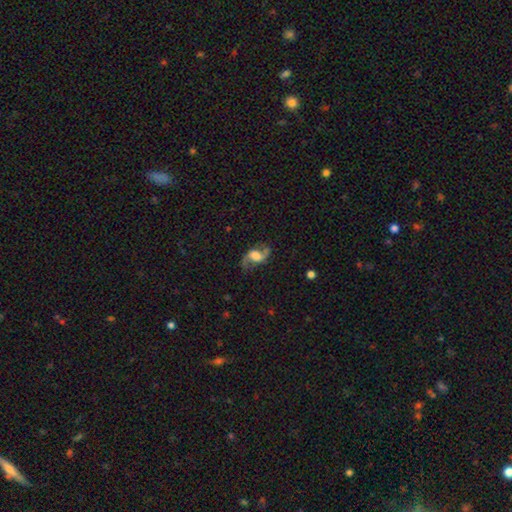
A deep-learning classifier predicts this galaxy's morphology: A featured or disk galaxy (81%) with a weak bar (43%), 2 (93%) loose (66%) spiral arms (95%) and a large central bulge (43%).

Vote fractions:
- Smooth or featured? featured or disk: 81% / smooth: 11% / star or artifact: 7%
- Edge-on disk? no: 97% / yes: 3%
- Bar? weak: 43% / no: 41% / strong: 16%
- Spiral arms? yes: 95% / no: 5%
- Spiral winding? loose: 66% / medium: 29% / tight: 6%
- Spiral arm count? 2: 93% / 1: 2% / can't tell: 2% / 3: 1% / 4: 1% / more than 4: 1%
- Bulge size? large: 43% / moderate: 25% / none: 14% / small: 11% / dominant: 7%
- Merging? none: 76% / minor disturbance: 14% / major disturbance: 8% / merger: 2%